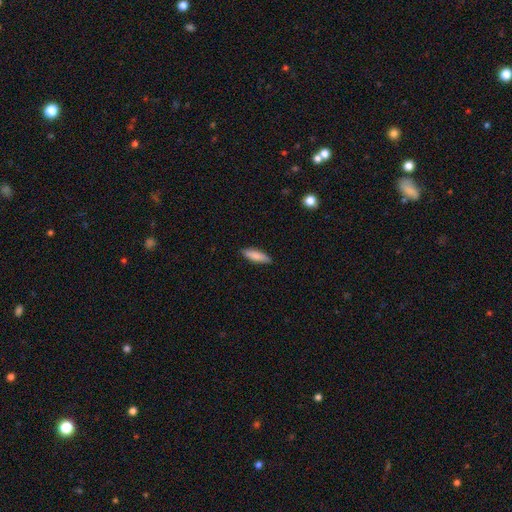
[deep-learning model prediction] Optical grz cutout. It shows a smooth galaxy with no disk features (84%) that is cigar-shaped (55%). Merging: none (87%).